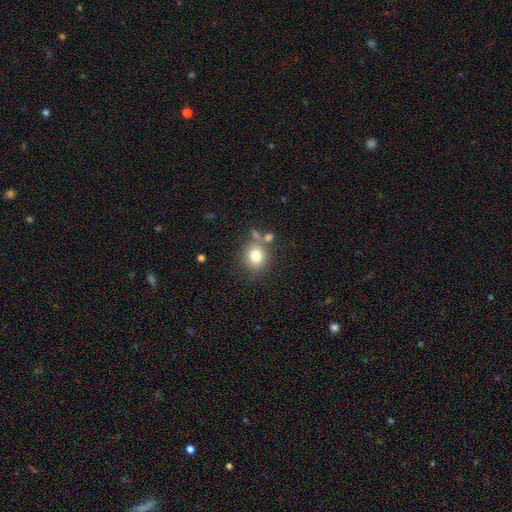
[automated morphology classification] smooth_or_featured: smooth (p=0.77) [alt: star or artifact p=0.12]
how_rounded: round (p=0.74) [alt: in between p=0.25]
merging: none (p=0.67) [alt: merger p=0.14]